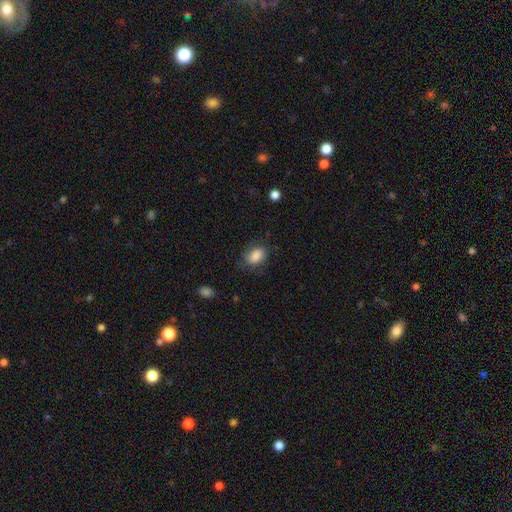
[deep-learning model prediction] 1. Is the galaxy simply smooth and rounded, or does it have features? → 84% smooth, 8% star or artifact, 8% featured or disk.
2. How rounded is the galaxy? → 83% in between, 15% round, 2% cigar-shaped.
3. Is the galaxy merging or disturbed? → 68% none, 22% minor disturbance, 8% major disturbance, 1% merger.